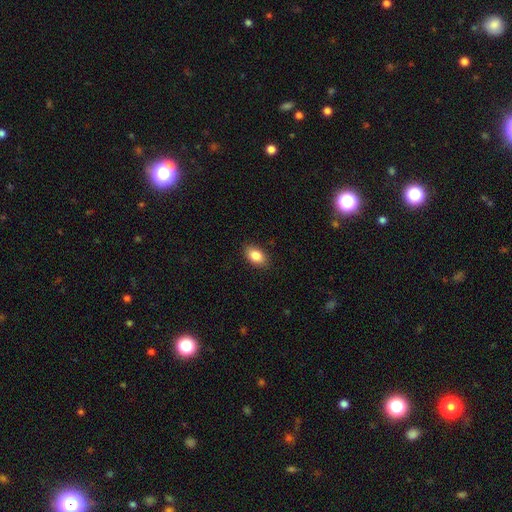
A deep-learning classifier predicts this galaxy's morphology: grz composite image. It shows a smooth galaxy with no disk features (86%) that is in between round and cigar-shaped (90%). Merging: none (88%).